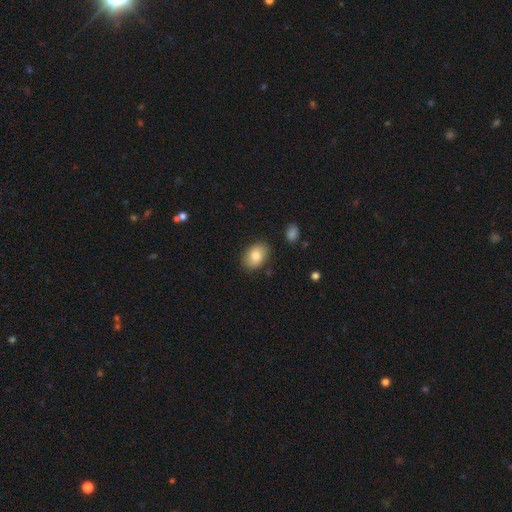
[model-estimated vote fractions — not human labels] A smooth galaxy with no disk features (83%) that is in between round and cigar-shaped (80%). Merging: none (82%).